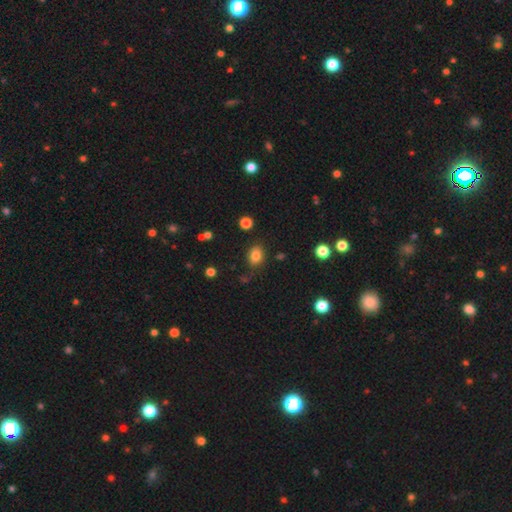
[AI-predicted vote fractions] Smooth or featured?
  - smooth: 82% *
  - star or artifact: 11%
  - featured or disk: 7%
How rounded?
  - in between: 65% *
  - round: 33%
  - cigar-shaped: 1%
Merging?
  - none: 78% *
  - minor disturbance: 15%
  - major disturbance: 4%
  - merger: 3%